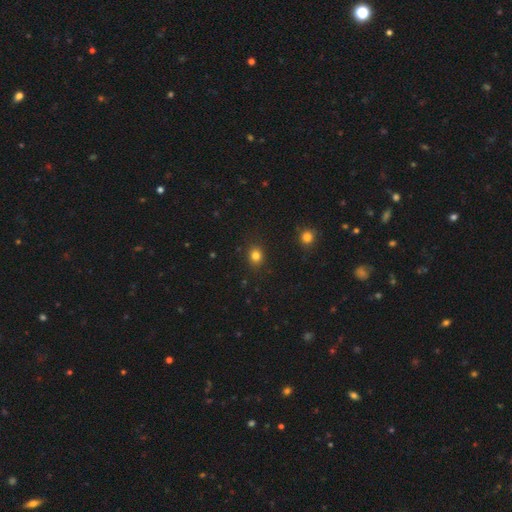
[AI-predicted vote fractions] Smooth or featured? Predicted: smooth (p=0.82). How rounded? Predicted: round (p=0.69). Merging? Predicted: none (p=0.88).